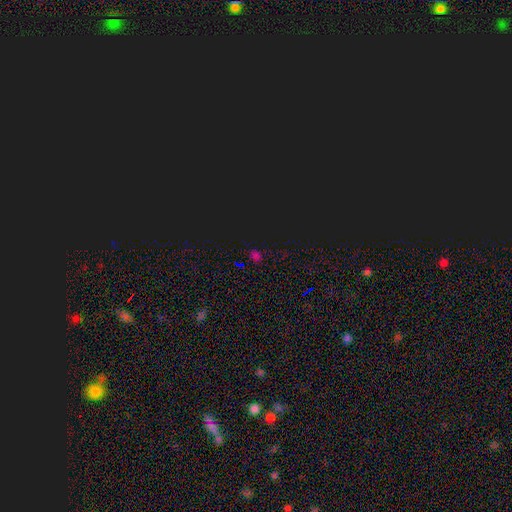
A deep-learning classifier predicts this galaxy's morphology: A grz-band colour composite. It shows a star or artifact, not a galaxy (56%).